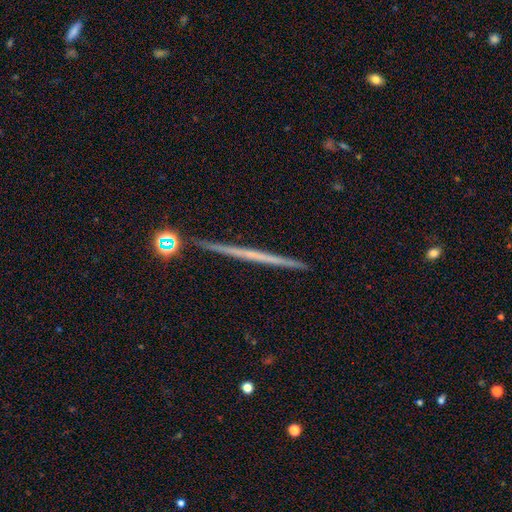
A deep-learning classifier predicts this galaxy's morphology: Smooth or featured? Predicted: featured or disk (p=0.65). Edge-on disk? Predicted: yes (p=0.98). Edge-on bulge? Predicted: none (p=0.86). Merging? Predicted: none (p=0.91).